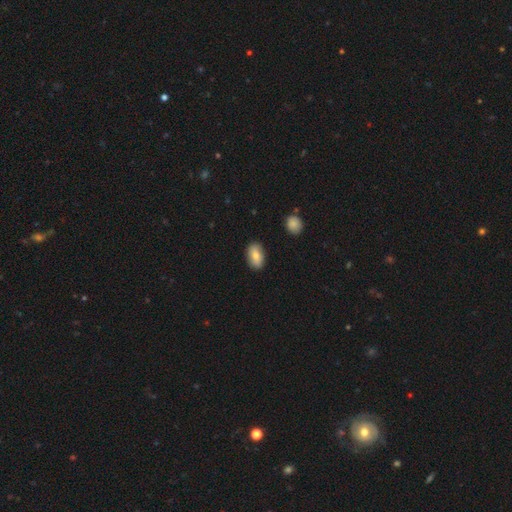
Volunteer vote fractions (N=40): This appears to be a smooth galaxy with no disk features (90%) that is in between round and cigar-shaped (92%). Merging: none (92%).